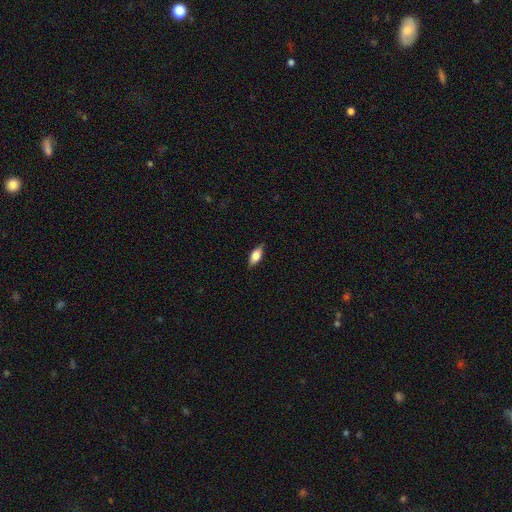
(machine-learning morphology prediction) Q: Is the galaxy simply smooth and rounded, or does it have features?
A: smooth — 67%.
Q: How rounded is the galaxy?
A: in between — 80%.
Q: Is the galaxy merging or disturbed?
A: none — 83%.